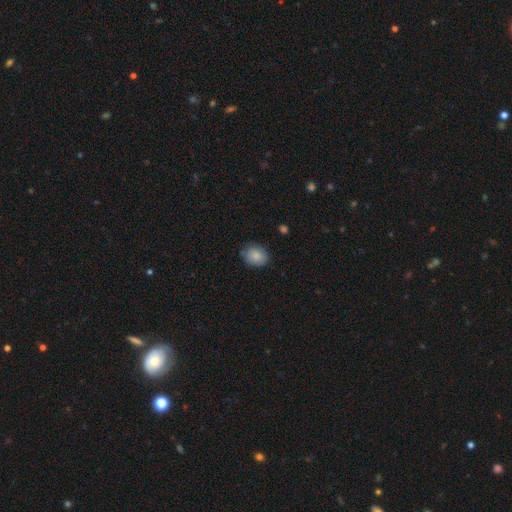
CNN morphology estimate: Smooth or featured? Predicted: smooth (p=0.87). How rounded? Predicted: round (p=0.59). Merging? Predicted: none (p=0.79).